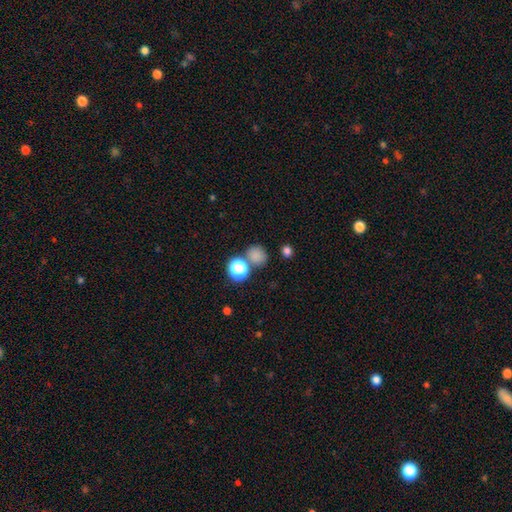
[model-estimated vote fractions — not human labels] A smooth galaxy with no disk features (76%) that is round (79%). Merging: none (68%).